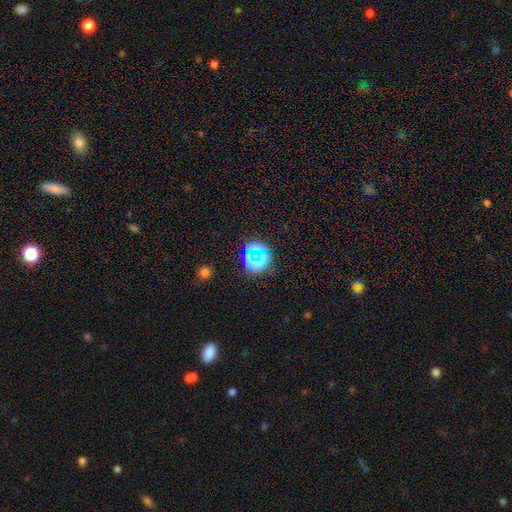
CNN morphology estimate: A star or artifact, not a galaxy (65%).

Vote fractions:
- Smooth or featured? star or artifact: 65% / smooth: 23% / featured or disk: 12%